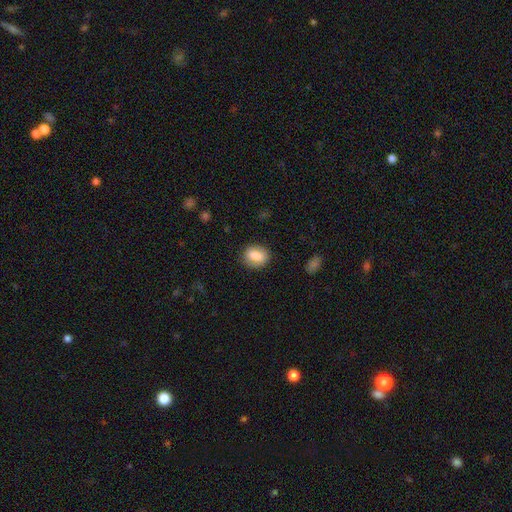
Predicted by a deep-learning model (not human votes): Smooth or featured?
  - smooth: 83% *
  - featured or disk: 10%
  - star or artifact: 7%
How rounded?
  - in between: 55% *
  - round: 44%
  - cigar-shaped: 1%
Merging?
  - none: 85% *
  - minor disturbance: 11%
  - major disturbance: 3%
  - merger: 1%